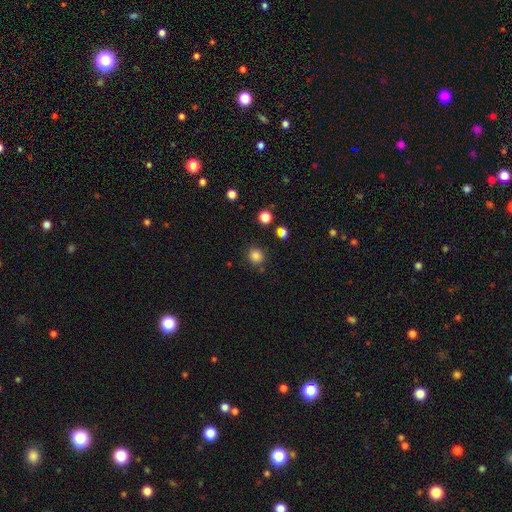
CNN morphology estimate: smooth-or-featured: smooth: 83% | star or artifact: 13% | featured or disk: 4%
  how-rounded: round: 89% | in between: 10% | cigar-shaped: 1%
  merging: none: 84% | minor disturbance: 9% | merger: 4% | major disturbance: 3%